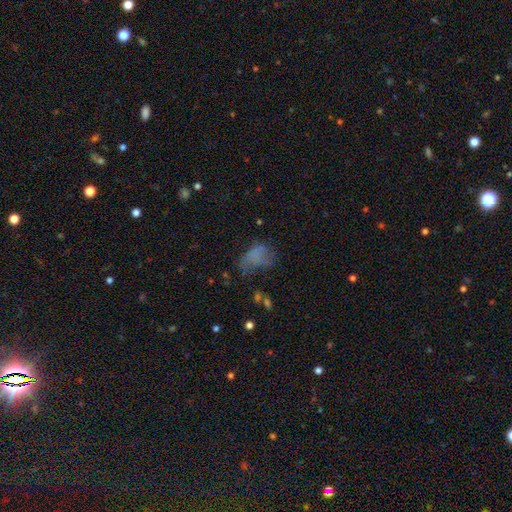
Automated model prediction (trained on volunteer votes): The model was most divided on "merging": none: 37%, major disturbance: 33%, minor disturbance: 26%, merger: 4%. More confident: how rounded — in between (81%); smooth or featured — smooth (61%).